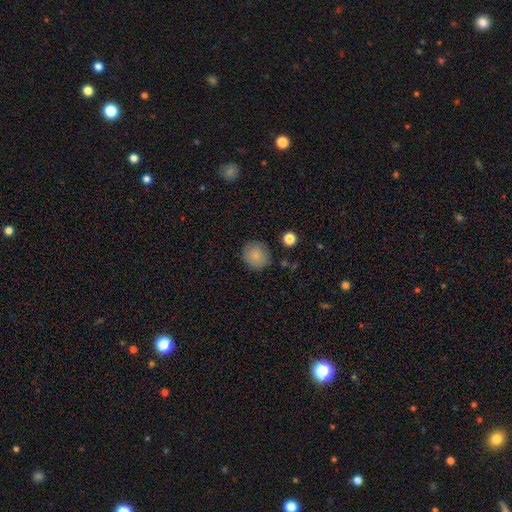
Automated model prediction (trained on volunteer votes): smooth_or_featured: smooth (p=0.85) [alt: star or artifact p=0.09]
how_rounded: round (p=0.89) [alt: in between p=0.10]
merging: none (p=0.85) [alt: minor disturbance p=0.10]